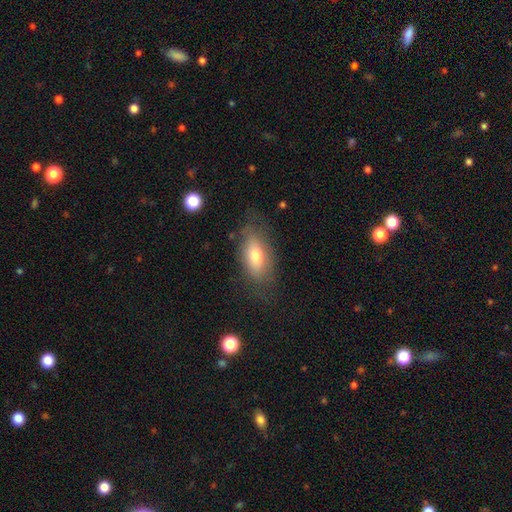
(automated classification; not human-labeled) Smooth or featured: smooth — 71% (featured or disk — 21%)
How rounded: in between — 85% (cigar-shaped — 10%)
Merging: none — 71% (minor disturbance — 19%)